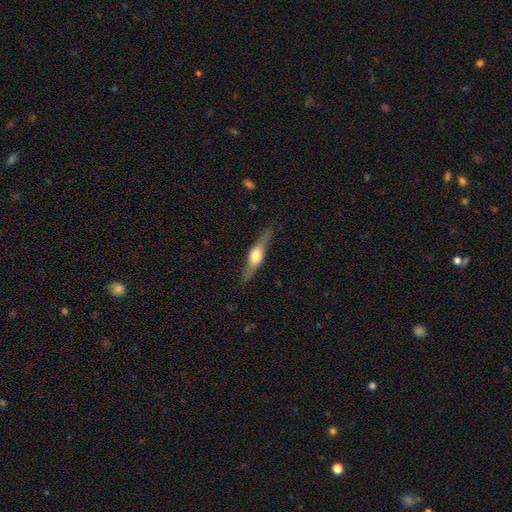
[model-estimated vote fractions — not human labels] Morphology: type=featured or disk (60%); edge-on=yes (90%); edge-on bulge=rounded (91%); merging=none (80%).